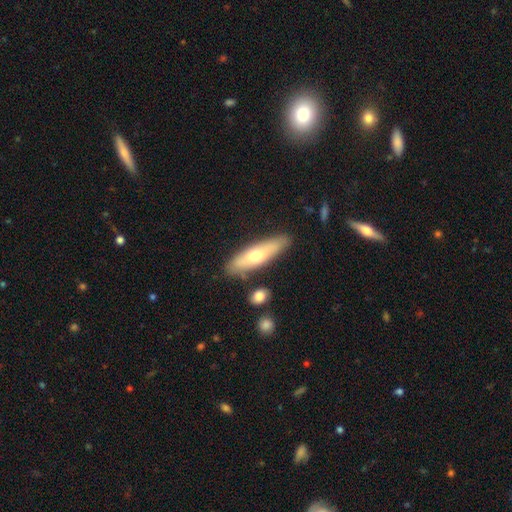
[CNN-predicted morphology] A smooth galaxy with no disk features (56%) that is cigar-shaped (65%). Merging: none (83%).